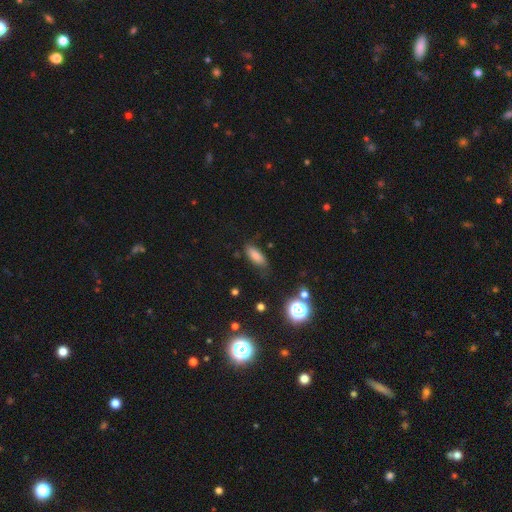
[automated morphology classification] A smooth galaxy with no disk features (79%) that is in between round and cigar-shaped (71%).

Vote fractions:
- Smooth or featured? smooth: 79% / star or artifact: 11% / featured or disk: 10%
- How rounded? in between: 71% / cigar-shaped: 25% / round: 3%
- Merging? none: 73% / minor disturbance: 20% / major disturbance: 5% / merger: 2%